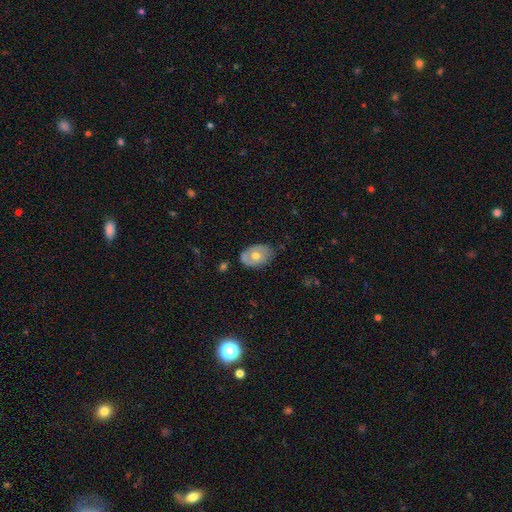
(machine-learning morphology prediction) A smooth galaxy with no disk features (54%) that is in between round and cigar-shaped (82%).

Vote fractions:
- Smooth or featured? smooth: 54% / featured or disk: 39% / star or artifact: 7%
- How rounded? in between: 82% / round: 17% / cigar-shaped: 1%
- Merging? none: 67% / minor disturbance: 27% / major disturbance: 5% / merger: 2%